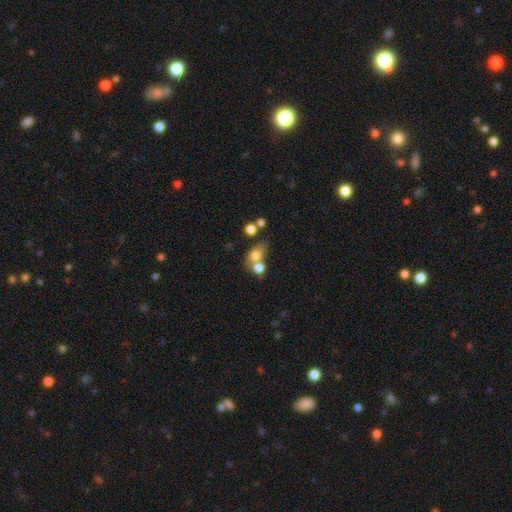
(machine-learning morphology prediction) smooth_or_featured: smooth (p=0.73) [alt: featured or disk p=0.15]
how_rounded: in between (p=0.56) [alt: round p=0.42]
merging: merger (p=0.50) [alt: none p=0.34]